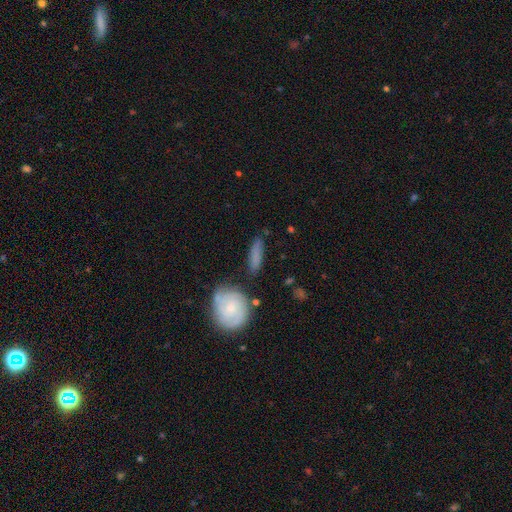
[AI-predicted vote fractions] Q: Smooth or featured?
A: smooth (60%); runner-up: featured or disk (32%)
Q: How rounded?
A: cigar-shaped (60%); runner-up: in between (35%)
Q: Merging?
A: none (72%); runner-up: minor disturbance (17%)